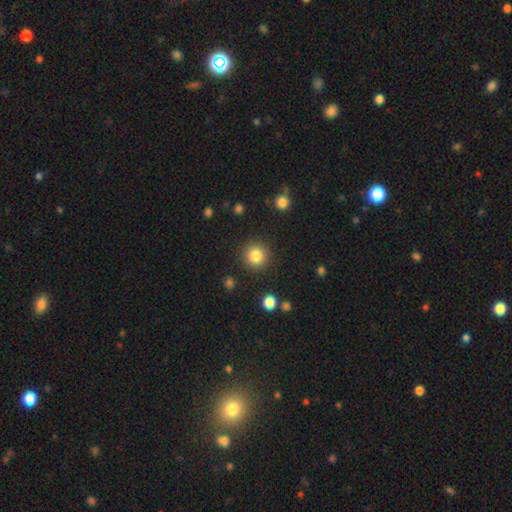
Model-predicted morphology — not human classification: smooth 84%, star or artifact 11%, featured or disk 6%. Down the decision tree: how rounded — round (94%); merging — none (90%).